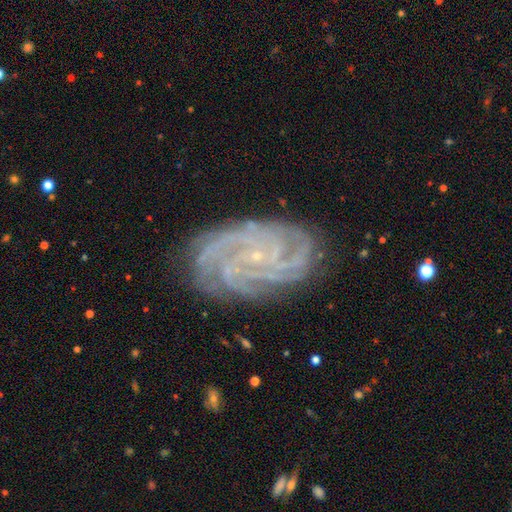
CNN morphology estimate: Smooth or featured?
  - featured or disk: 87% *
  - star or artifact: 8%
  - smooth: 5%
Edge-on disk?
  - no: 97% *
  - yes: 3%
Bar?
  - no: 67% *
  - weak: 24%
  - strong: 9%
Spiral arms?
  - yes: 98% *
  - no: 2%
Spiral winding?
  - tight: 76% *
  - medium: 21%
  - loose: 3%
Spiral arm count?
  - 4: 27% *
  - more than 4: 24%
  - can't tell: 16%
  - 3: 15%
  - 2: 10%
  - 1: 8%
Bulge size?
  - small: 87% *
  - moderate: 7%
  - none: 3%
  - large: 1%
  - dominant: 1%
Merging?
  - none: 81% *
  - minor disturbance: 14%
  - major disturbance: 4%
  - merger: 1%